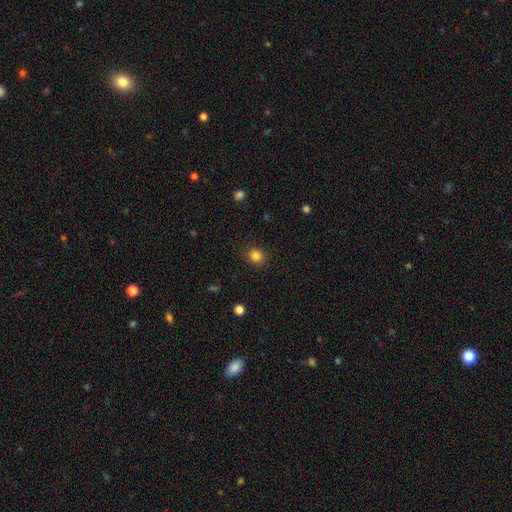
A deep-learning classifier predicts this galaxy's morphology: Smooth or featured? smooth (84%)
How rounded? round (81%)
Merging? none (88%)